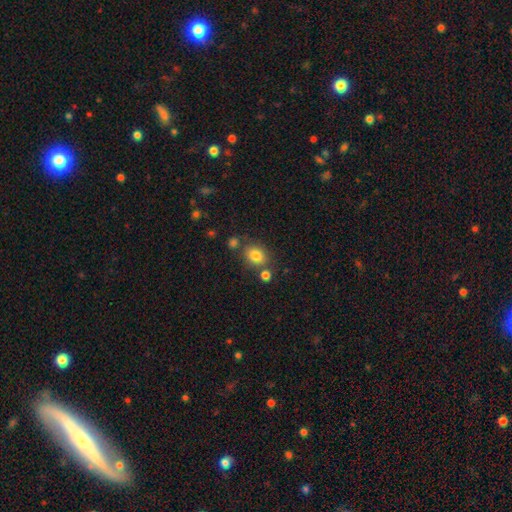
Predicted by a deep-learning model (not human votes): Smooth or featured?
  - smooth: 81% *
  - star or artifact: 11%
  - featured or disk: 8%
How rounded?
  - round: 54% *
  - in between: 45%
  - cigar-shaped: 1%
Merging?
  - none: 70% *
  - merger: 13%
  - minor disturbance: 12%
  - major disturbance: 4%